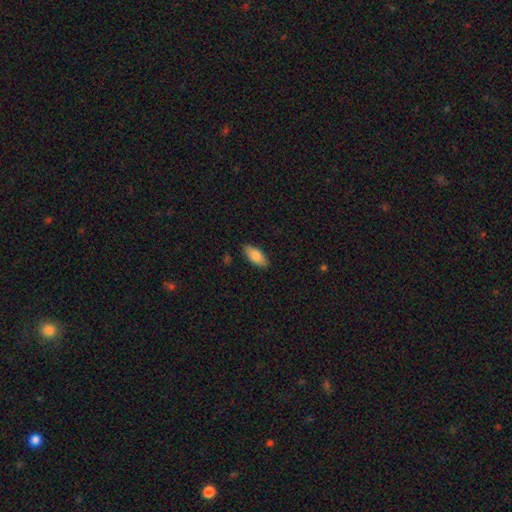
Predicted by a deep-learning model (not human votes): A smooth galaxy with no disk features (83%) that is in between round and cigar-shaped (85%).

Vote fractions:
- Smooth or featured? smooth: 83% / featured or disk: 10% / star or artifact: 6%
- How rounded? in between: 85% / cigar-shaped: 13% / round: 2%
- Merging? none: 87% / minor disturbance: 10% / major disturbance: 2% / merger: 1%